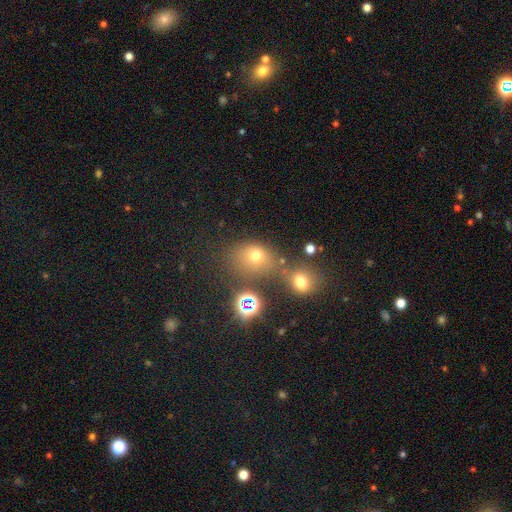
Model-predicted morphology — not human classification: Smooth or featured?
  - smooth: 66% *
  - star or artifact: 24%
  - featured or disk: 11%
How rounded?
  - round: 61% *
  - in between: 38%
  - cigar-shaped: 1%
Merging?
  - none: 54% *
  - merger: 25%
  - minor disturbance: 13%
  - major disturbance: 8%